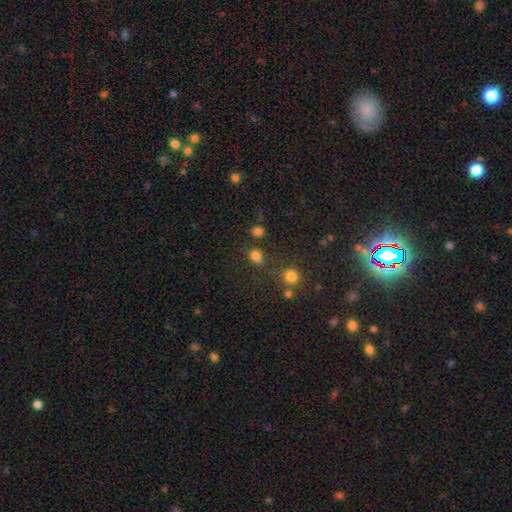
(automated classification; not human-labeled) Overall: smooth (76%). How rounded: round (53%; in between 45%). Merging: none (66%).